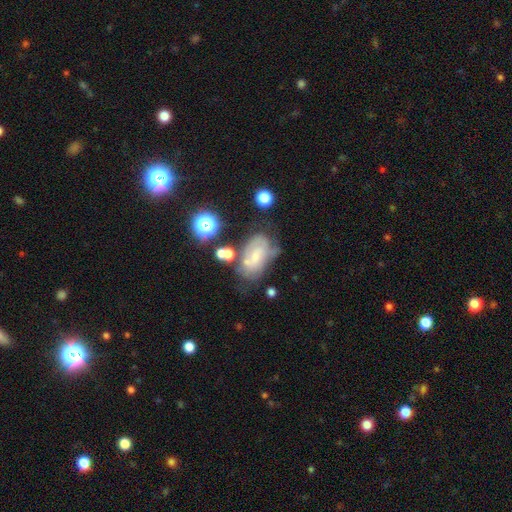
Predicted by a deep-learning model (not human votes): Morphology: type=featured or disk (58%); edge-on=no (95%); bar=no (51%); spiral arms=yes (75%); bulge=small (55%); merging=none (49%).